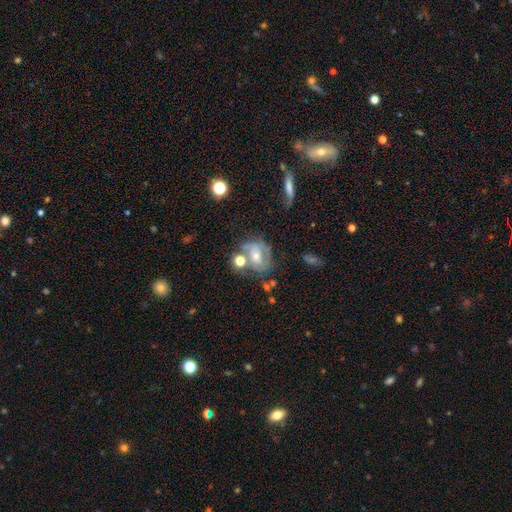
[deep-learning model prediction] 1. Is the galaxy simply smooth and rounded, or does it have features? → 61% featured or disk, 28% smooth, 10% star or artifact.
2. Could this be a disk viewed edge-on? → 96% no, 4% yes.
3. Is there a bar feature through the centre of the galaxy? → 54% no, 33% weak, 13% strong.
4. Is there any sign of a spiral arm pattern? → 66% yes, 34% no.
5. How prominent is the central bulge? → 54% moderate, 37% small, 5% large, 3% none, 1% dominant.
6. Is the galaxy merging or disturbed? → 40% none, 22% merger, 21% minor disturbance, 17% major disturbance.